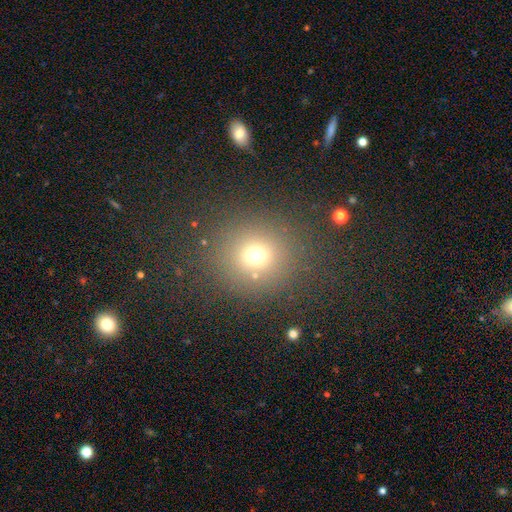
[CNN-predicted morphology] Smooth or featured: smooth — 70% (star or artifact — 21%)
How rounded: round — 87% (in between — 12%)
Merging: none — 83% (minor disturbance — 8%)